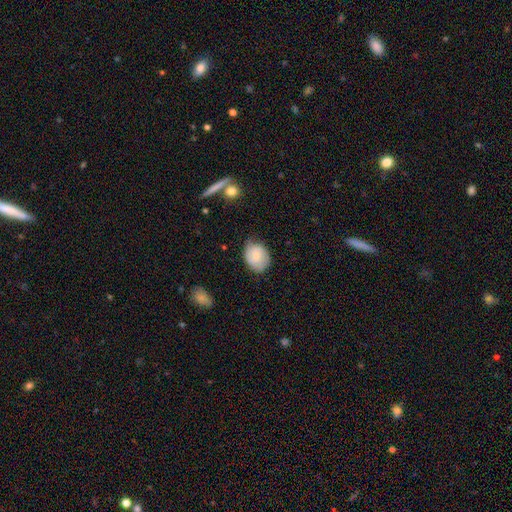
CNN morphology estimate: This appears to be a smooth galaxy with no disk features (66%) that is in between round and cigar-shaped (57%). Merging: none (64%).